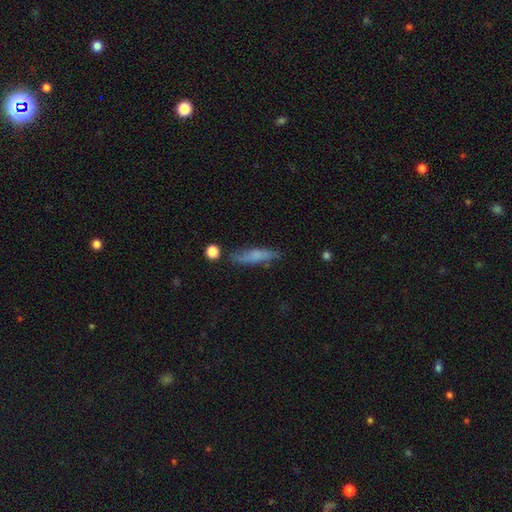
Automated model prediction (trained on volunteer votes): smooth-or-featured: smooth: 62% | featured or disk: 29% | star or artifact: 9%
  how-rounded: cigar-shaped: 74% | in between: 24% | round: 3%
  merging: none: 71% | minor disturbance: 20% | major disturbance: 5% | merger: 4%